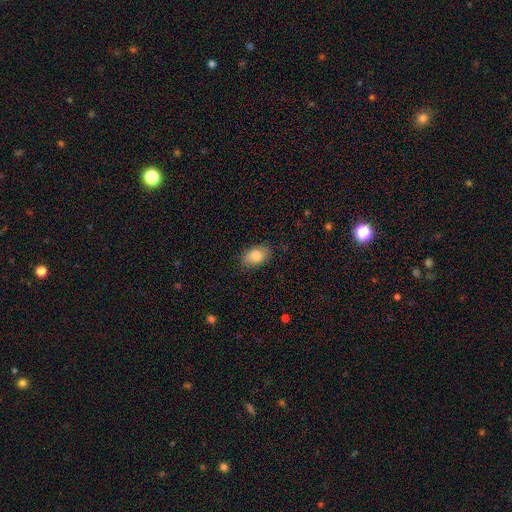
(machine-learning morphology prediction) Q: Smooth or featured?
A: smooth (82%); runner-up: featured or disk (11%)
Q: How rounded?
A: in between (91%); runner-up: round (7%)
Q: Merging?
A: none (84%); runner-up: minor disturbance (12%)